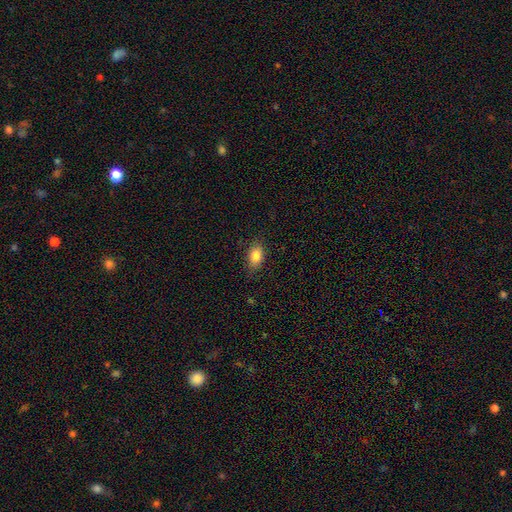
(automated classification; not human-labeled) This appears to be a smooth galaxy with no disk features (85%) that is in between round and cigar-shaped (87%). Merging: none (82%).